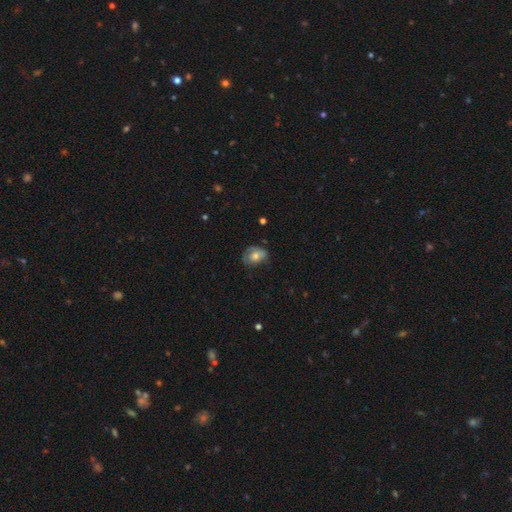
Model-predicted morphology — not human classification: Q: Smooth or featured?
A: smooth (57%); runner-up: featured or disk (35%)
Q: How rounded?
A: in between (67%); runner-up: round (32%)
Q: Merging?
A: none (49%); runner-up: minor disturbance (33%)